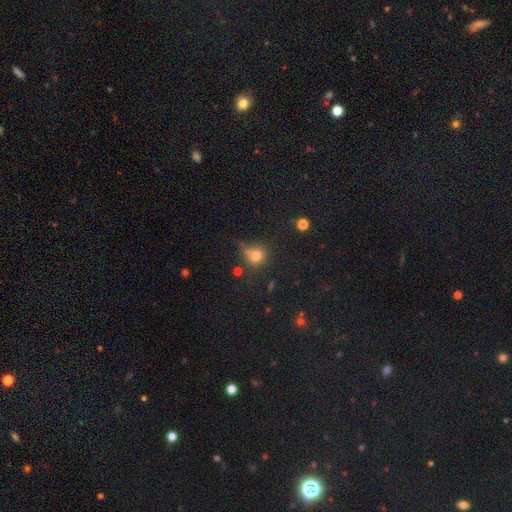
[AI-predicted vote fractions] This appears to be a smooth galaxy with no disk features (76%) that is round (82%). Merging: none (57%).